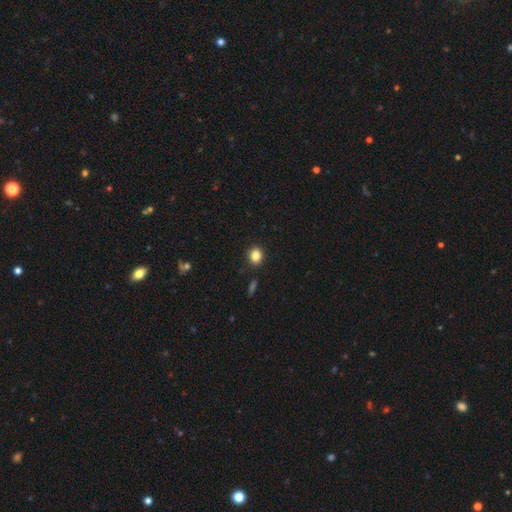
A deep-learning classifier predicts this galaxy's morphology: Q: Smooth or featured?
A: smooth (84%); runner-up: star or artifact (11%)
Q: How rounded?
A: round (67%); runner-up: in between (32%)
Q: Merging?
A: none (89%); runner-up: minor disturbance (7%)